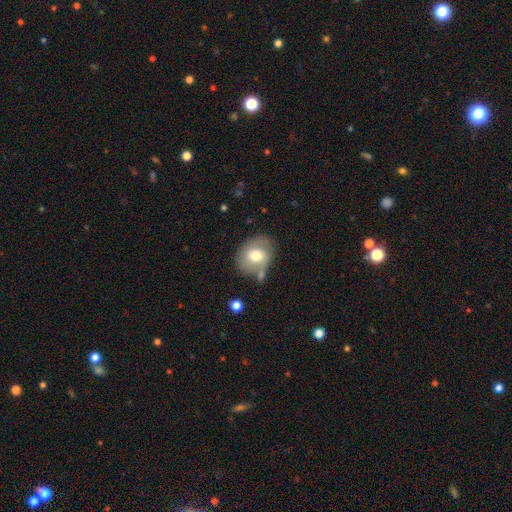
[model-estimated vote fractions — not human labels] Smooth or featured? smooth (62%)
How rounded? round (53%)
Merging? none (56%)